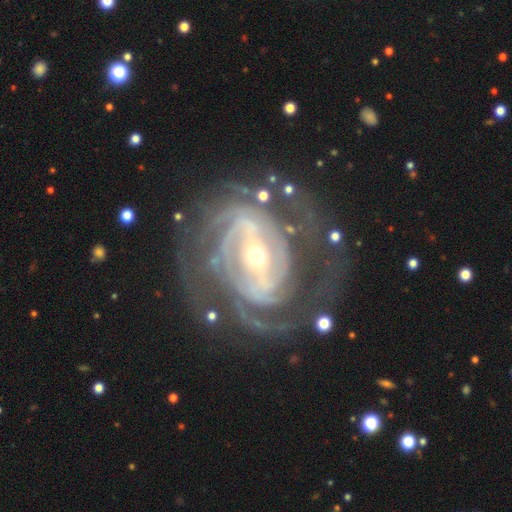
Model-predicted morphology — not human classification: smooth_or_featured: featured or disk (p=0.92) [alt: star or artifact p=0.05]
disk_edge_on: no (p=0.97) [alt: yes p=0.03]
bar: strong (p=0.52) [alt: weak p=0.33]
has_spiral_arms: yes (p=0.98) [alt: no p=0.02]
spiral_winding: tight (p=0.67) [alt: medium p=0.27]
spiral_arm_count: 3 (p=0.24) [alt: 2 p=0.23]
bulge_size: small (p=0.52) [alt: moderate p=0.43]
merging: none (p=0.65) [alt: minor disturbance p=0.18]